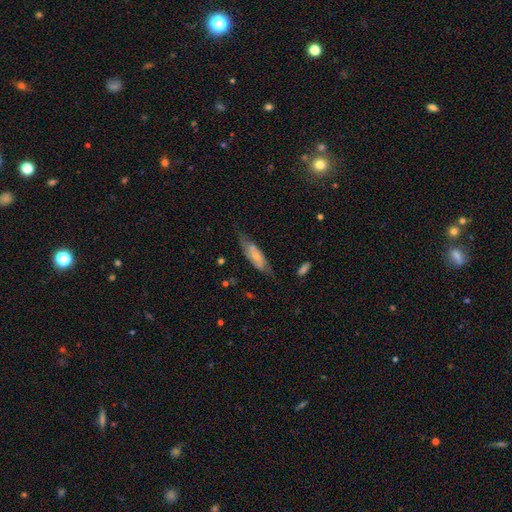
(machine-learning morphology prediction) featured or disk 50%, smooth 44%, star or artifact 6%. Down the decision tree: edge-on disk — no (72%); merging — none (61%).